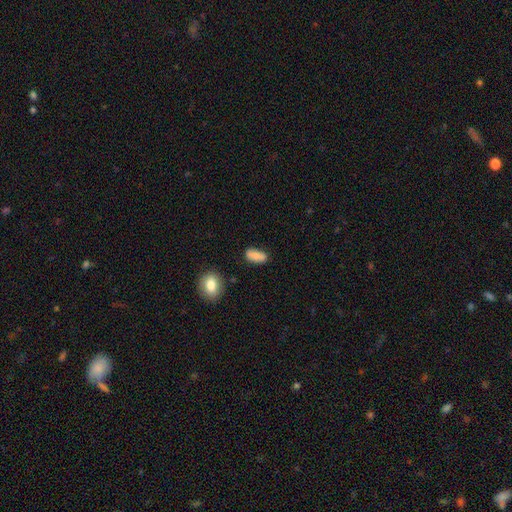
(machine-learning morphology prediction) The model was most divided on "merging": none: 67%, minor disturbance: 20%, merger: 9%, major disturbance: 5%. More confident: how rounded — in between (84%); smooth or featured — smooth (77%).